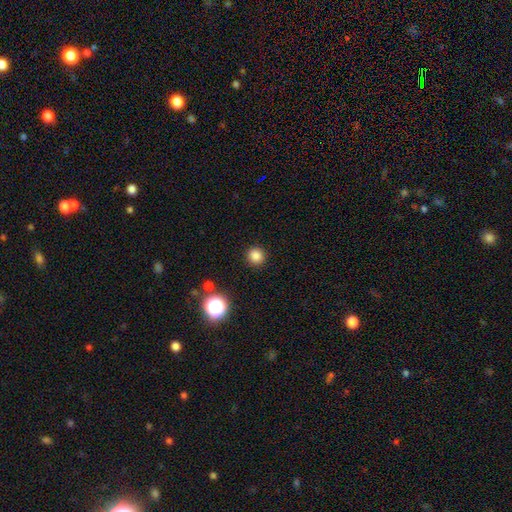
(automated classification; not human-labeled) This appears to be a smooth galaxy with no disk features (83%) that is round (93%). Merging: none (92%).